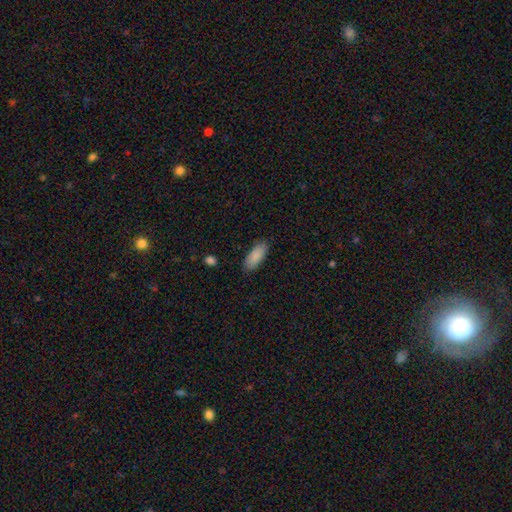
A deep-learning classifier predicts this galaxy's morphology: Q: Smooth or featured?
A: smooth (88%); runner-up: featured or disk (7%)
Q: How rounded?
A: in between (82%); runner-up: cigar-shaped (16%)
Q: Merging?
A: none (85%); runner-up: minor disturbance (11%)